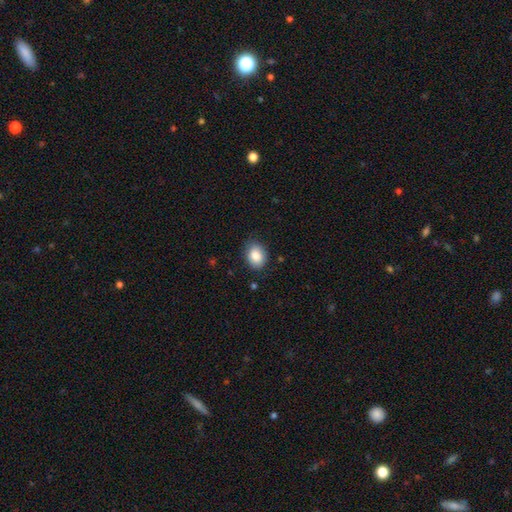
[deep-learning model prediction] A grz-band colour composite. It shows a smooth galaxy with no disk features (85%) that is in between round and cigar-shaped (70%). Merging: none (82%).